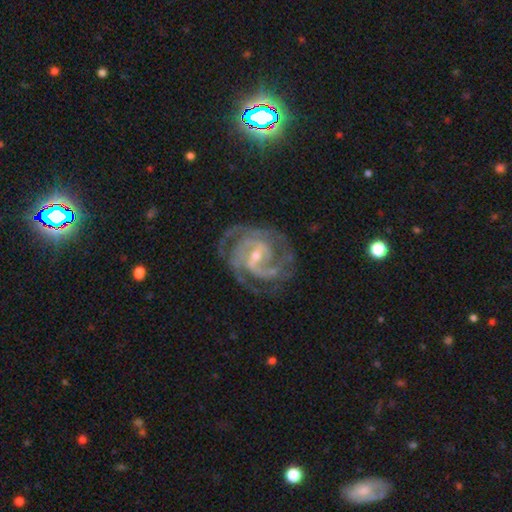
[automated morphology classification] smooth_or_featured: featured or disk (p=0.92) [alt: star or artifact p=0.04]
disk_edge_on: no (p=0.98) [alt: yes p=0.02]
bar: weak (p=0.48) [alt: strong p=0.35]
has_spiral_arms: yes (p=0.97) [alt: no p=0.03]
spiral_winding: tight (p=0.47) [alt: medium p=0.45]
spiral_arm_count: 2 (p=0.41) [alt: 3 p=0.30]
bulge_size: small (p=0.60) [alt: moderate p=0.36]
merging: none (p=0.71) [alt: minor disturbance p=0.17]